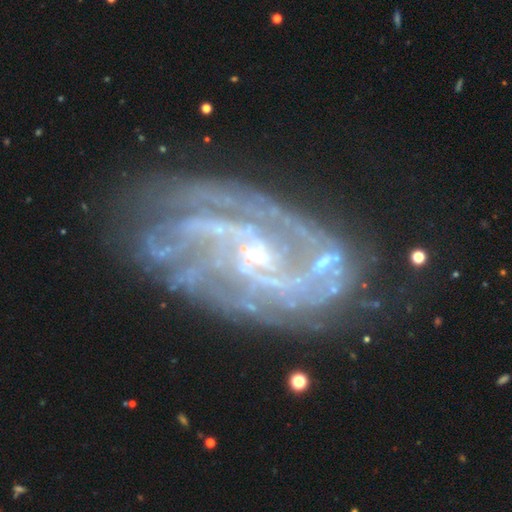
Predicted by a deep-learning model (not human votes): Smooth or featured? Predicted: featured or disk (p=0.89). Edge-on disk? Predicted: no (p=0.96). Bar? Predicted: no (p=0.50). Spiral arms? Predicted: yes (p=0.96). Spiral winding? Predicted: tight (p=0.50). Spiral arm count? Predicted: 2 (p=0.27). Bulge size? Predicted: small (p=0.70). Merging? Predicted: none (p=0.70).